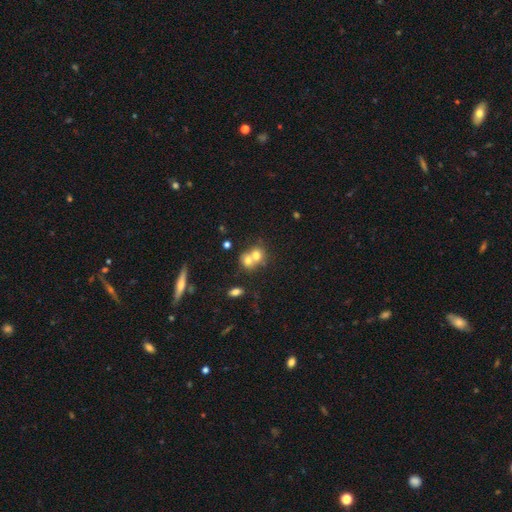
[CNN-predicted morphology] A smooth galaxy with no disk features (68%) that is round (70%). Merging: merger (64%).